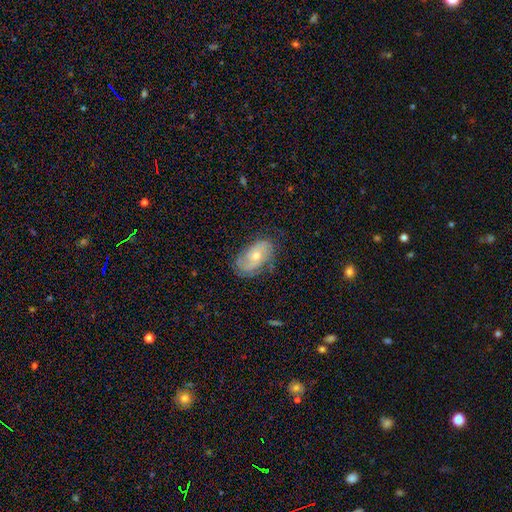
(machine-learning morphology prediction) Smooth or featured: featured or disk — 63% (smooth — 28%)
Edge-on disk: no — 94% (yes — 6%)
Bar: no — 72% (weak — 23%)
Spiral arms: yes — 84% (no — 16%)
Spiral winding: tight — 43% (medium — 36%)
Spiral arm count: 2 — 51% (can't tell — 29%)
Bulge size: moderate — 50% (small — 46%)
Merging: none — 72% (minor disturbance — 20%)